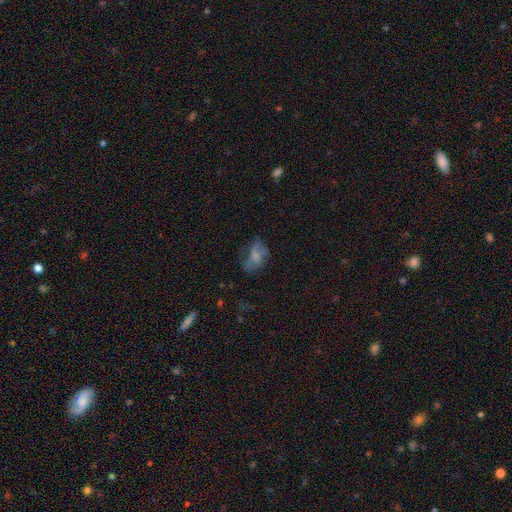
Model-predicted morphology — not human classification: Q: Smooth or featured?
A: smooth (49%); runner-up: featured or disk (38%)
Q: Merging?
A: none (40%); runner-up: major disturbance (31%)